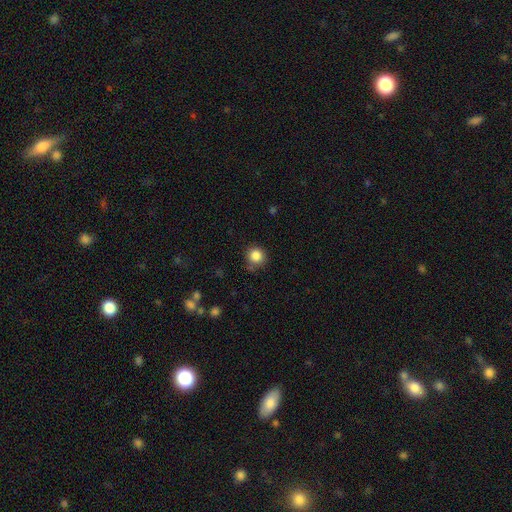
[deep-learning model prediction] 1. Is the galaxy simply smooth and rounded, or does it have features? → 85% smooth, 11% star or artifact, 4% featured or disk.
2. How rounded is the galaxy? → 93% round, 6% in between, 1% cigar-shaped.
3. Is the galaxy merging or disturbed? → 81% none, 12% minor disturbance, 3% major disturbance, 3% merger.